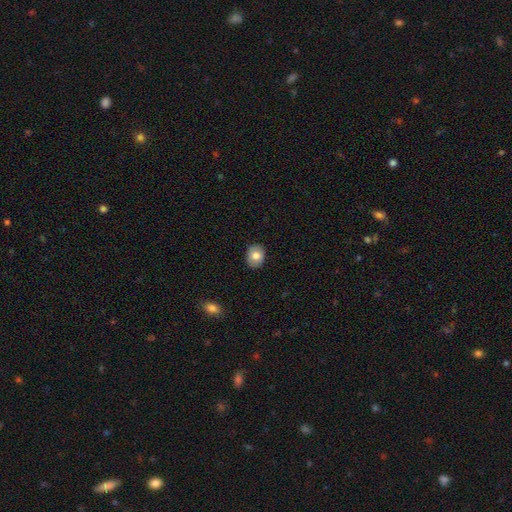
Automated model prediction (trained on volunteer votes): A smooth galaxy with no disk features (80%) that is in between round and cigar-shaped (54%).

Vote fractions:
- Smooth or featured? smooth: 80% / featured or disk: 12% / star or artifact: 8%
- How rounded? in between: 54% / round: 45% / cigar-shaped: 1%
- Merging? none: 88% / minor disturbance: 9% / major disturbance: 2% / merger: 1%